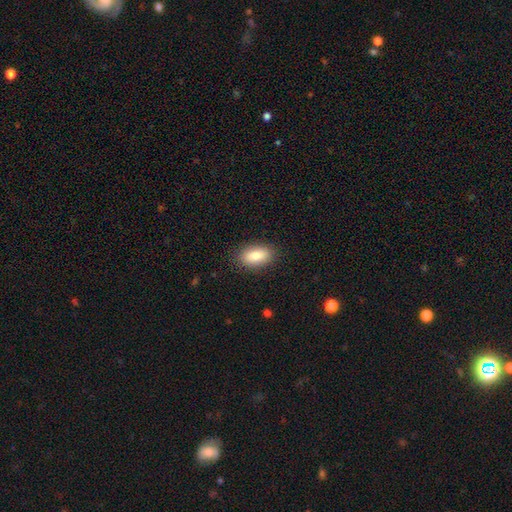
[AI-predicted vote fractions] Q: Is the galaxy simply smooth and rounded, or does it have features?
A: smooth — 85%.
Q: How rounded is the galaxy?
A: in between — 91%.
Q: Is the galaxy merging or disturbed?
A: none — 88%.